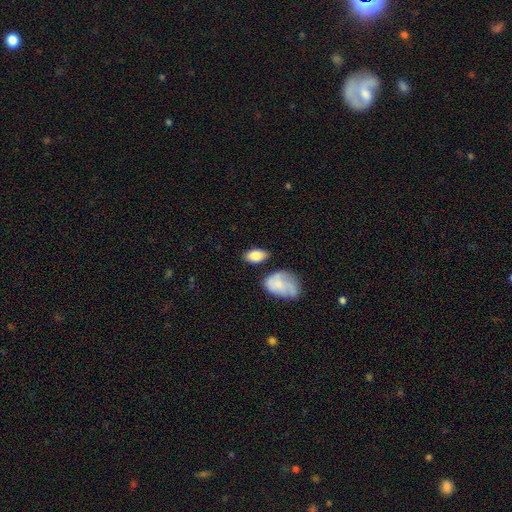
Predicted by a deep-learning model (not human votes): smooth-or-featured: smooth: 85% | featured or disk: 9% | star or artifact: 7%
  how-rounded: in between: 91% | round: 6% | cigar-shaped: 2%
  merging: none: 71% | minor disturbance: 17% | merger: 7% | major disturbance: 5%